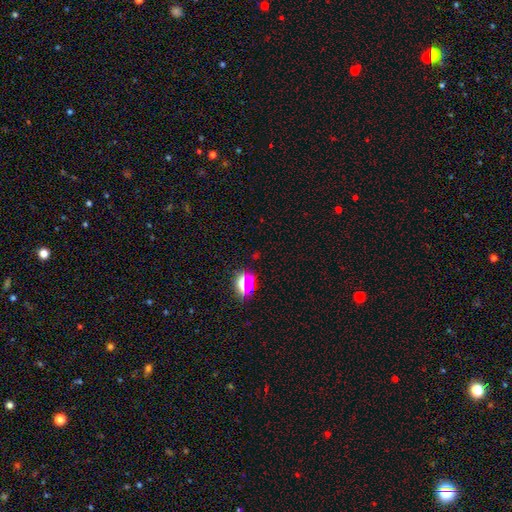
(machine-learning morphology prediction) Overall: star or artifact (61%; smooth 31%).